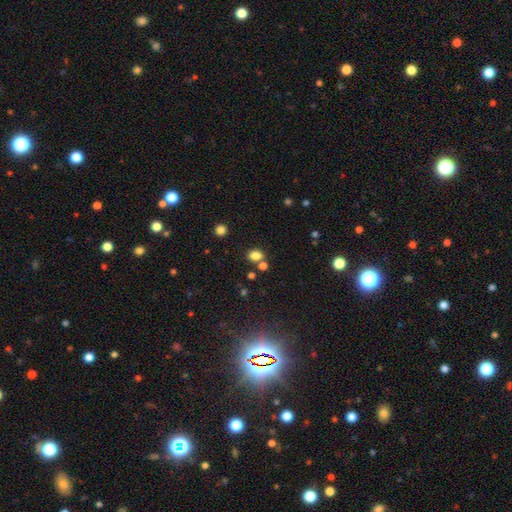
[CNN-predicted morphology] Q: Smooth or featured?
A: smooth (80%); runner-up: star or artifact (14%)
Q: How rounded?
A: in between (65%); runner-up: round (34%)
Q: Merging?
A: none (65%); runner-up: merger (20%)